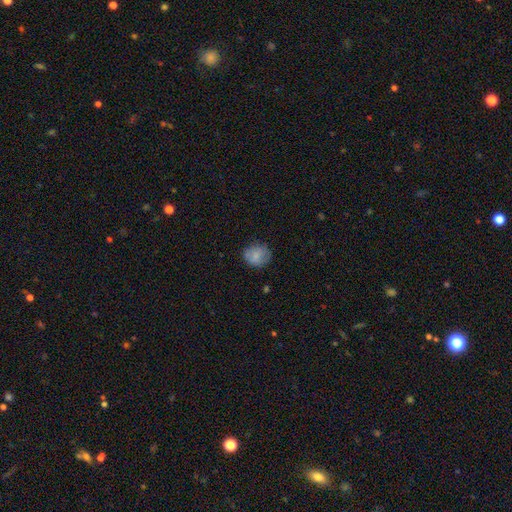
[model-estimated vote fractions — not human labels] This appears to be a smooth galaxy with no disk features (77%) that is round (68%). Merging: none (75%).